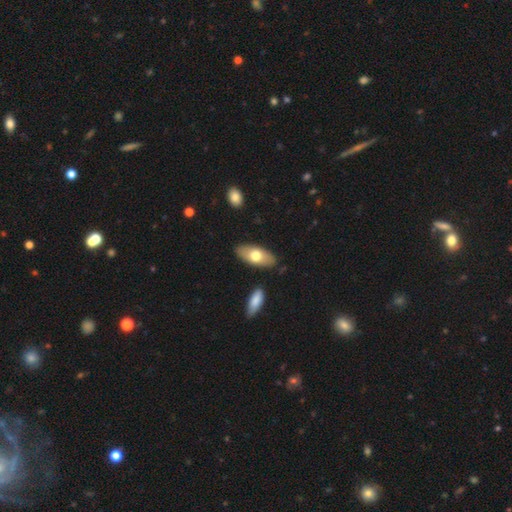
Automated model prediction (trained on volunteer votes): smooth_or_featured: smooth (p=0.67) [alt: featured or disk p=0.28]
how_rounded: in between (p=0.87) [alt: cigar-shaped p=0.10]
merging: none (p=0.85) [alt: minor disturbance p=0.10]